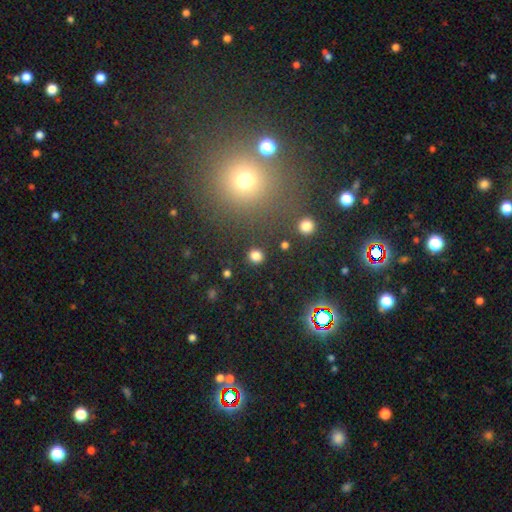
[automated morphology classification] Smooth or featured? Predicted: smooth (p=0.82). How rounded? Predicted: round (p=0.89). Merging? Predicted: none (p=0.91).